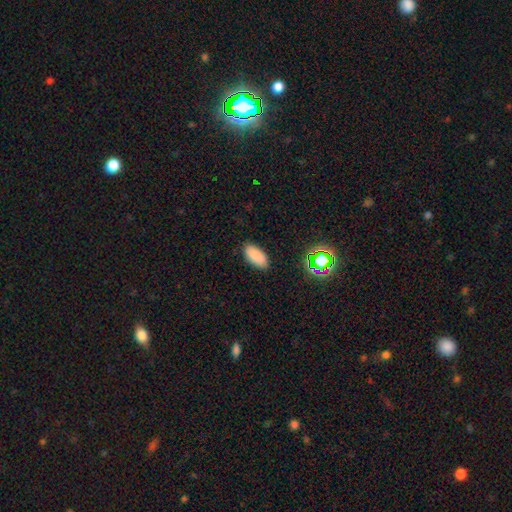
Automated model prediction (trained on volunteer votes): This is clearly a smooth galaxy (85%). How rounded: clearly in between (91%). Merging: clearly none (87%).